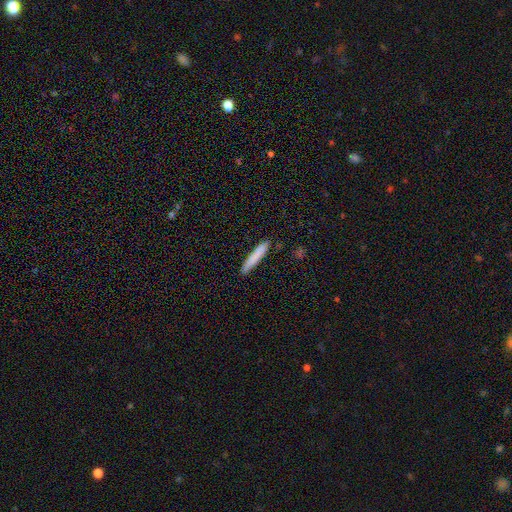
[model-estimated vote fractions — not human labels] Smooth or featured: smooth — 82% (featured or disk — 12%)
How rounded: cigar-shaped — 94% (in between — 5%)
Merging: none — 89% (minor disturbance — 8%)